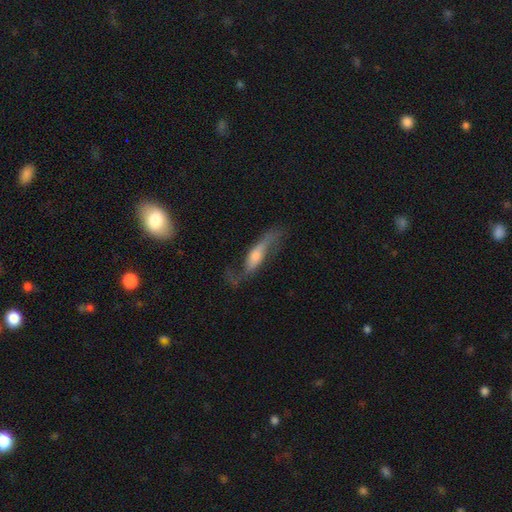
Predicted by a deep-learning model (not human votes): Morphology: type=featured or disk (74%); edge-on=no (63%); merging=none (57%).